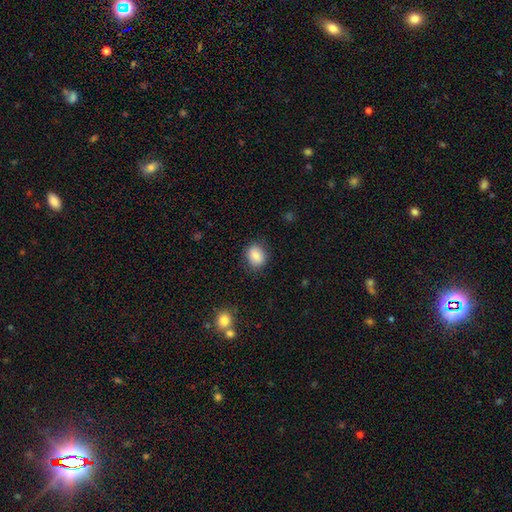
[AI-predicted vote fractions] Smooth or featured: smooth — 82% (star or artifact — 9%)
How rounded: round — 55% (in between — 44%)
Merging: none — 84% (minor disturbance — 12%)